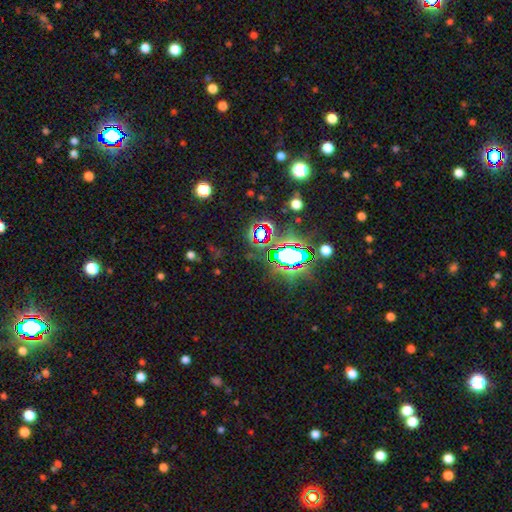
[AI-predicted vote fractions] Smooth or featured: star or artifact — 79% (smooth — 12%)